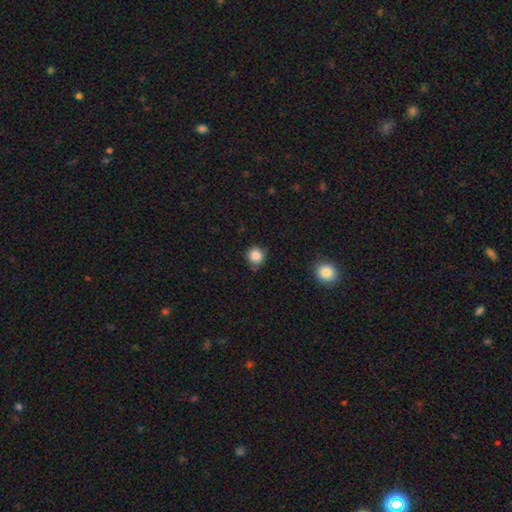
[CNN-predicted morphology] smooth-or-featured: smooth: 85% | star or artifact: 10% | featured or disk: 5%
  how-rounded: round: 91% | in between: 8% | cigar-shaped: 1%
  merging: none: 83% | minor disturbance: 13% | major disturbance: 2% | merger: 2%